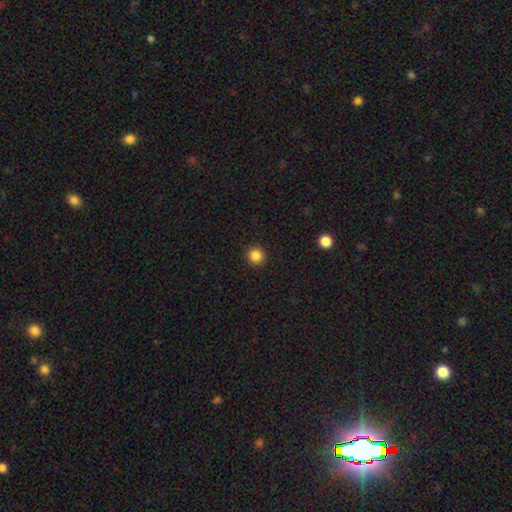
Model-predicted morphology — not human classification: A smooth galaxy with no disk features (86%) that is round (91%).

Vote fractions:
- Smooth or featured? smooth: 86% / star or artifact: 11% / featured or disk: 3%
- How rounded? round: 91% / in between: 8% / cigar-shaped: 1%
- Merging? none: 92% / minor disturbance: 5% / major disturbance: 2% / merger: 1%